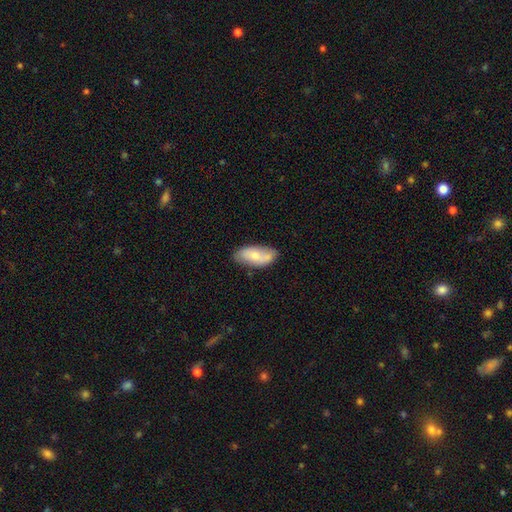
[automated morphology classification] This appears to be a smooth galaxy with no disk features (63%) that is in between round and cigar-shaped (91%). Merging: none (65%).